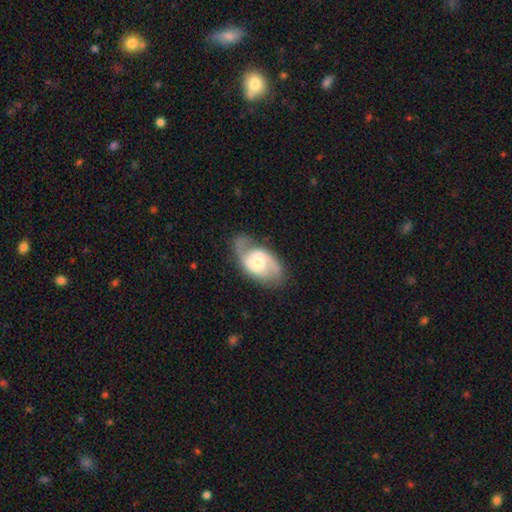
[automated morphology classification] smooth-or-featured: featured or disk: 81% | smooth: 13% | star or artifact: 5%
  disk-edge-on: no: 96% | yes: 4%
    bar: no: 46% | weak: 43% | strong: 11%
    has-spiral-arms: yes: 95% | no: 5%
      spiral-winding: medium: 52% | loose: 25% | tight: 23%
      spiral-arm-count: 2: 88% | can't tell: 5% | 1: 3% | 3: 2% | 4: 1% | more than 4: 1%
    bulge-size: moderate: 48% | small: 38% | large: 9% | none: 3% | dominant: 1%
  merging: none: 74% | minor disturbance: 18% | major disturbance: 7% | merger: 2%